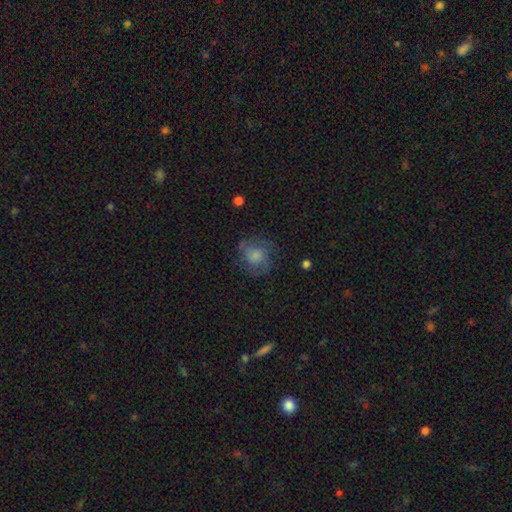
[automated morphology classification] type=smooth (52%); roundness=round (76%); merging=none (63%).